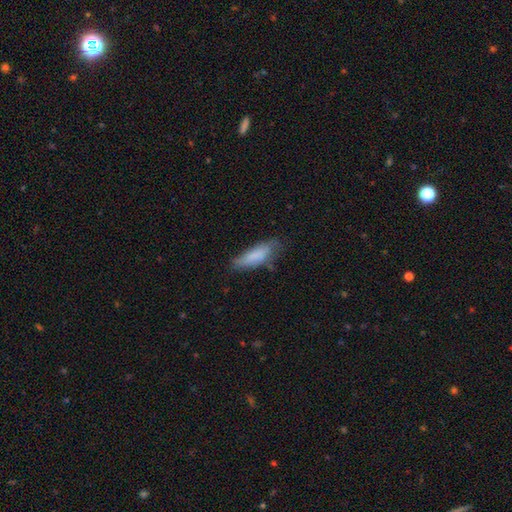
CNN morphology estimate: Overall: smooth (76%). How rounded: in between (54%; cigar-shaped 44%). Merging: none (56%; minor disturbance 31%).